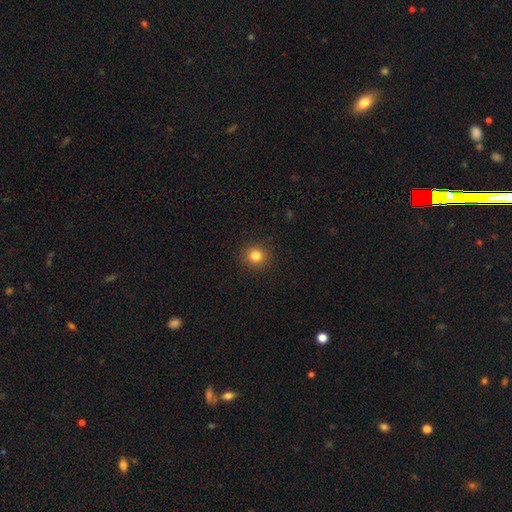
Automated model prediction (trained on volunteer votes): Morphology: type=smooth (82%); roundness=round (92%); merging=none (92%).